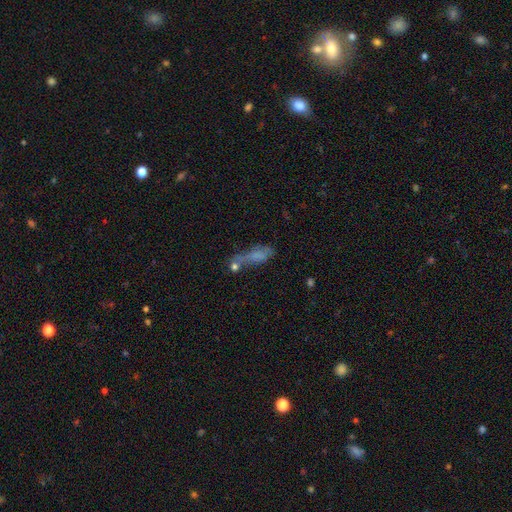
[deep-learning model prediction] A smooth galaxy with no disk features (52%) that is cigar-shaped (52%). Merging: none (33%).